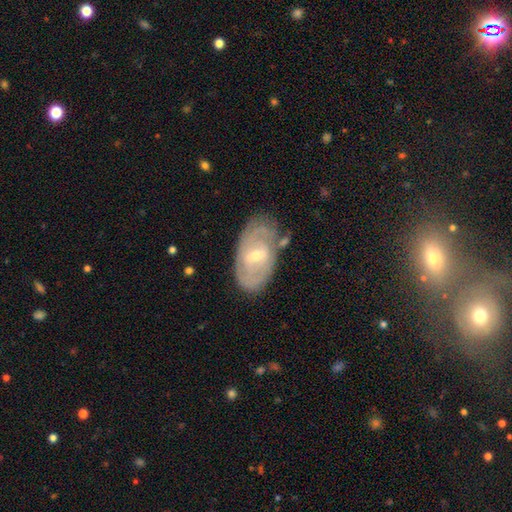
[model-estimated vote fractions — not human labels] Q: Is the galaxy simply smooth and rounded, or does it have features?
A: featured or disk — 75%.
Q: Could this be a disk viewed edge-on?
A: no — 94%.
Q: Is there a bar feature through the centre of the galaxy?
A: weak — 56%.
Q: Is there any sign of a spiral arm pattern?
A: yes — 80%.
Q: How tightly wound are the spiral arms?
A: tight — 63%.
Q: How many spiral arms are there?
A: can't tell — 44%.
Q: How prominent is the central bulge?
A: small — 57%.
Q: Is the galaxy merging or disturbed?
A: none — 68%.